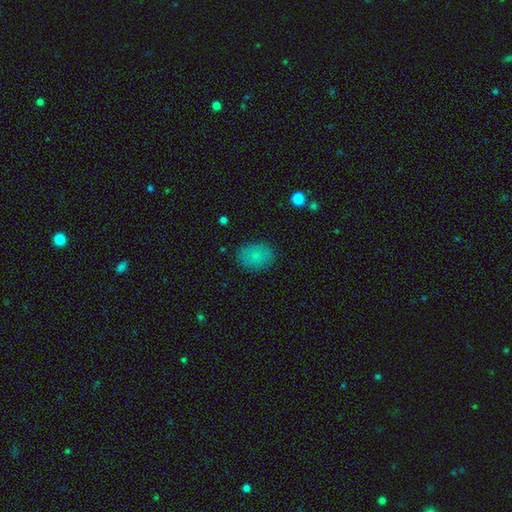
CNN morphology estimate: Smooth or featured: smooth — 81% (featured or disk — 10%)
How rounded: in between — 71% (round — 28%)
Merging: none — 84% (minor disturbance — 12%)